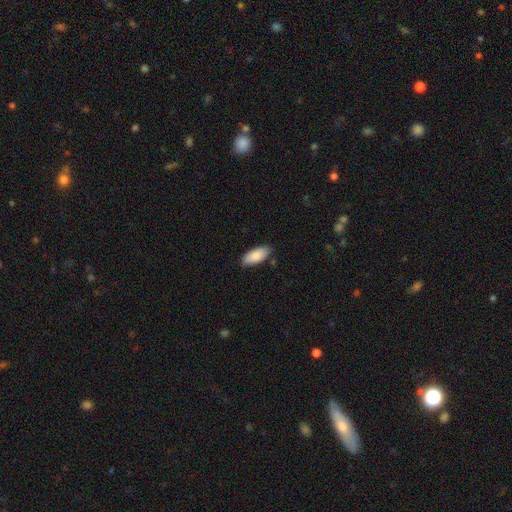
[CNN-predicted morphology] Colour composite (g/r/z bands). It shows a smooth galaxy with no disk features (88%) that is in between round and cigar-shaped (87%). Merging: none (83%).